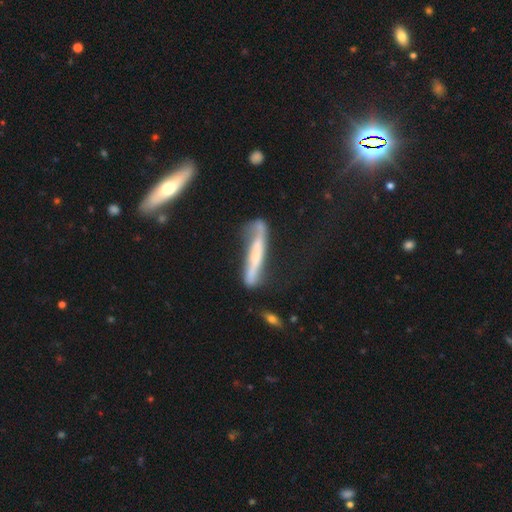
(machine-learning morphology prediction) This appears to be a featured or disk galaxy (60%) viewed edge-on (75%). Merging: none (54%).